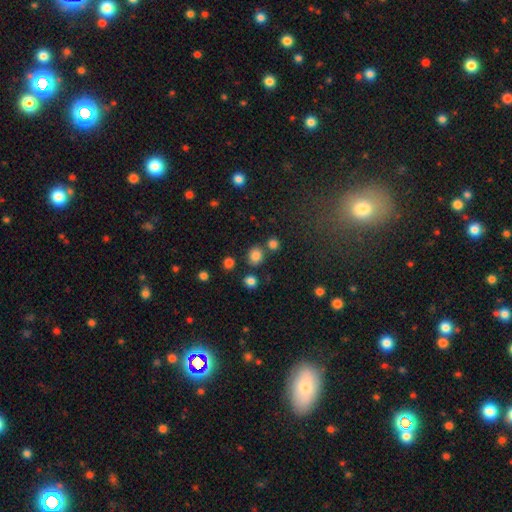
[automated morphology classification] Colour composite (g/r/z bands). It shows a smooth galaxy with no disk features (81%) that is round (77%). Merging: none (75%).